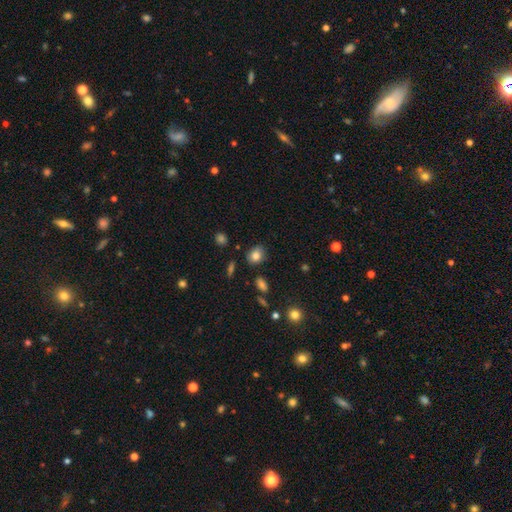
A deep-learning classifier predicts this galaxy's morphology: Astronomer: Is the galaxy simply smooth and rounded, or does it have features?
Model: smooth — 81%.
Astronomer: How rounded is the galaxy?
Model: in between — 50% (runner-up: round, 48%).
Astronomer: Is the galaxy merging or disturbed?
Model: none — 82%.